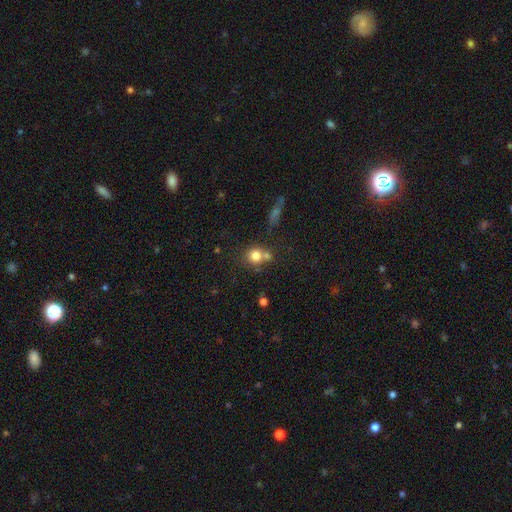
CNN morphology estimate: This appears to be a smooth galaxy with no disk features (77%) that is round (85%). Merging: none (55%).